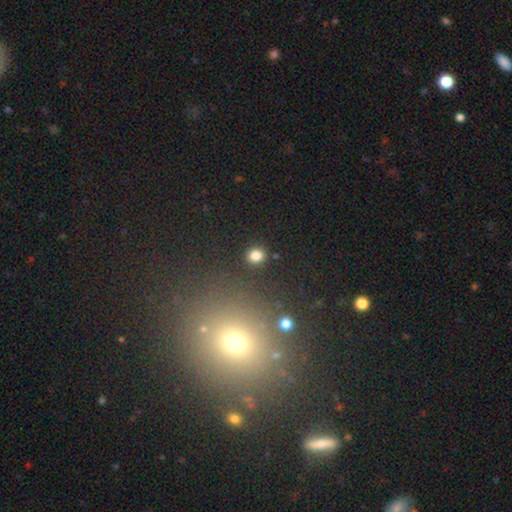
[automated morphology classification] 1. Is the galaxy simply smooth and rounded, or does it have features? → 82% smooth, 13% star or artifact, 5% featured or disk.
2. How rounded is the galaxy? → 78% round, 21% in between, 1% cigar-shaped.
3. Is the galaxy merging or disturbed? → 89% none, 6% minor disturbance, 2% major disturbance, 2% merger.